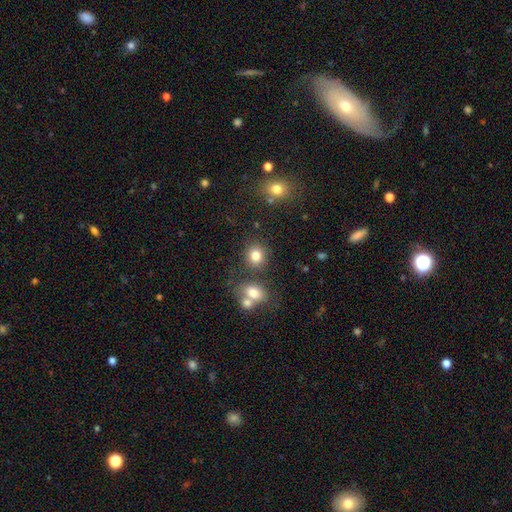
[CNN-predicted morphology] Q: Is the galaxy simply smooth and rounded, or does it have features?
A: smooth — 80%.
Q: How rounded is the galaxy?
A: round — 75%.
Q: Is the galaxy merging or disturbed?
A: none — 73%.